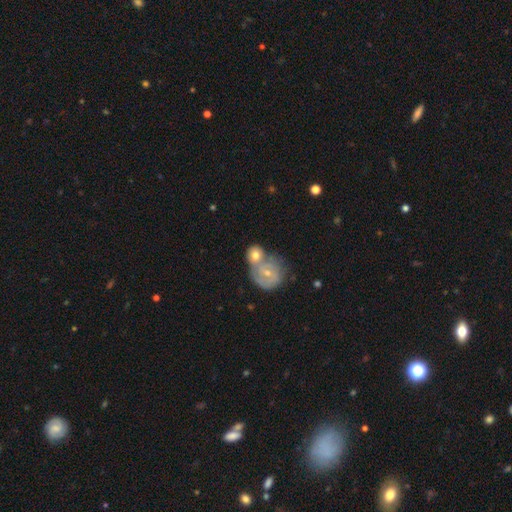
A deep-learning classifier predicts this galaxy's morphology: Overall: smooth (53%; featured or disk 39%). How rounded: round (75%). Merging: merger (57%; none 29%).